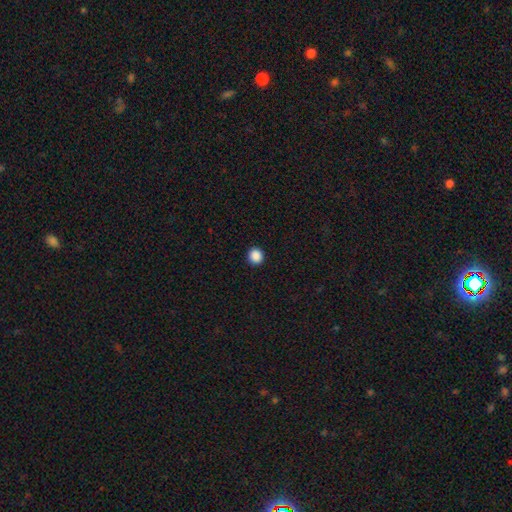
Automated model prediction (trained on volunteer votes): A smooth galaxy with no disk features (88%) that is round (92%). Merging: none (93%).